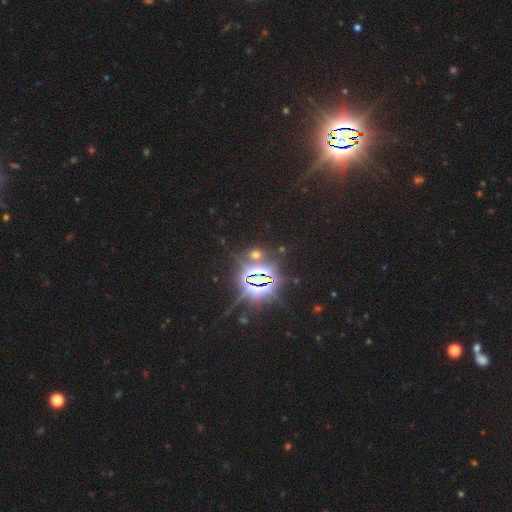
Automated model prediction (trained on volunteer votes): A star or artifact, not a galaxy (78%).

Vote fractions:
- Smooth or featured? star or artifact: 78% / smooth: 14% / featured or disk: 7%